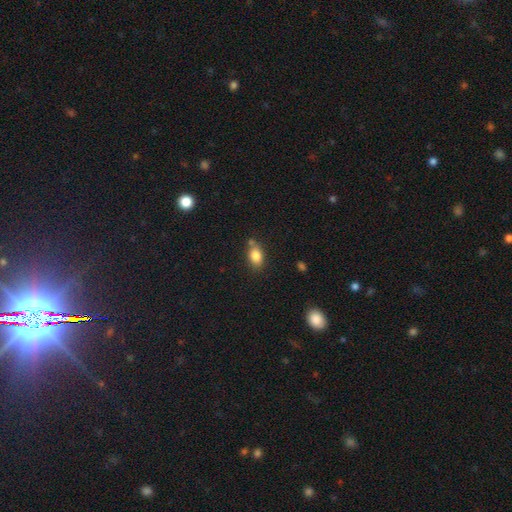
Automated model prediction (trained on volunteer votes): Smooth or featured? Predicted: smooth (p=0.83). How rounded? Predicted: in between (p=0.81). Merging? Predicted: none (p=0.66).